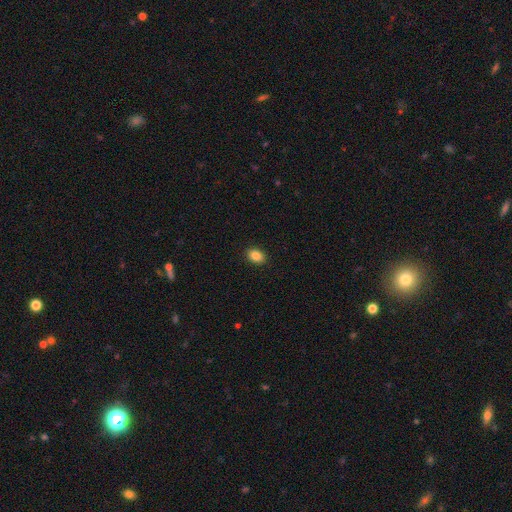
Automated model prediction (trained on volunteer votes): Smooth or featured? Predicted: smooth (p=0.86). How rounded? Predicted: in between (p=0.77). Merging? Predicted: none (p=0.91).